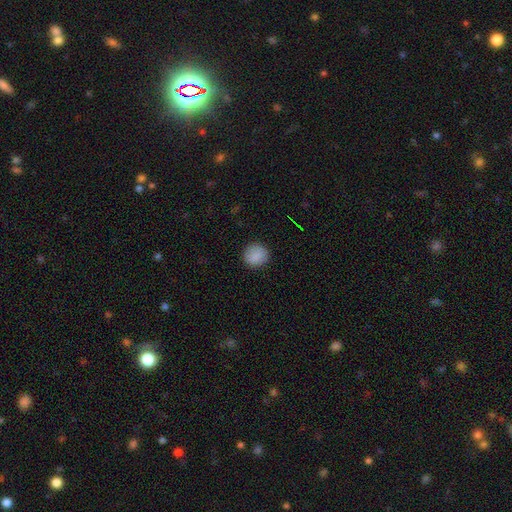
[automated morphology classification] A smooth galaxy with no disk features (86%) that is round (88%). Merging: none (89%).